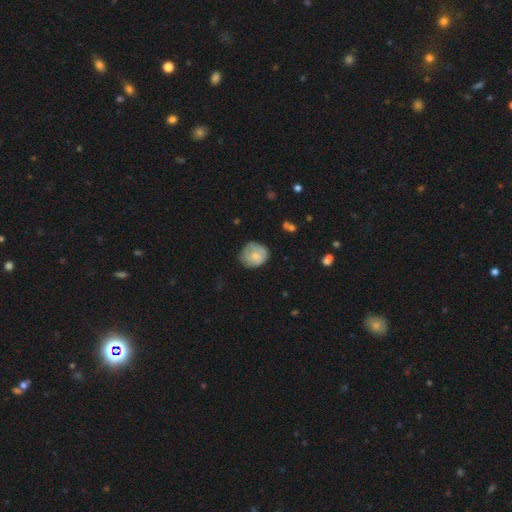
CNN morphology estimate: Smooth or featured? smooth (67%)
How rounded? round (71%)
Merging? none (64%)